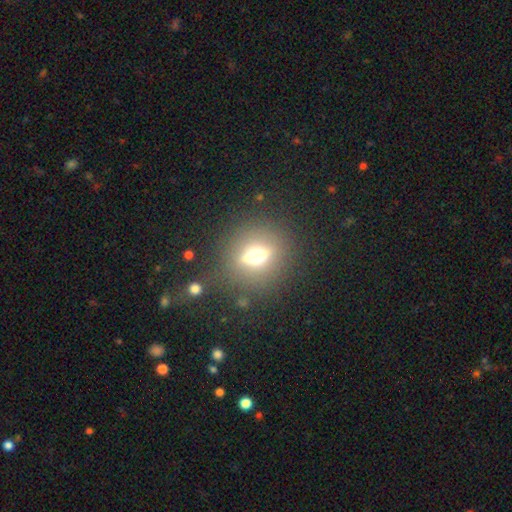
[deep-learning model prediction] Smooth or featured: featured or disk — 43% (smooth — 40%)
Merging: none — 79% (minor disturbance — 10%)